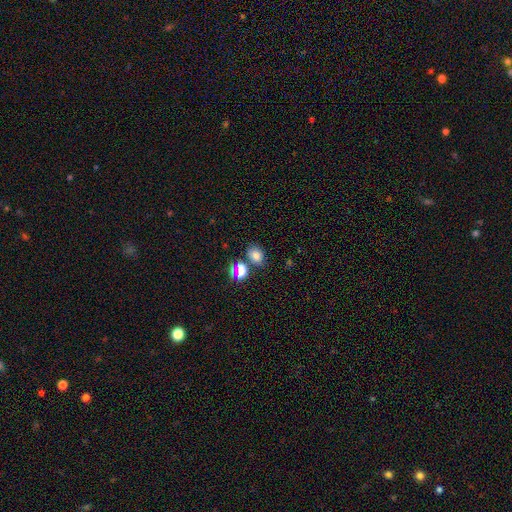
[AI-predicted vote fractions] The model was most divided on "how rounded": in between: 61%, round: 38%, cigar-shaped: 1%. More confident: smooth or featured — smooth (73%); merging — none (71%).